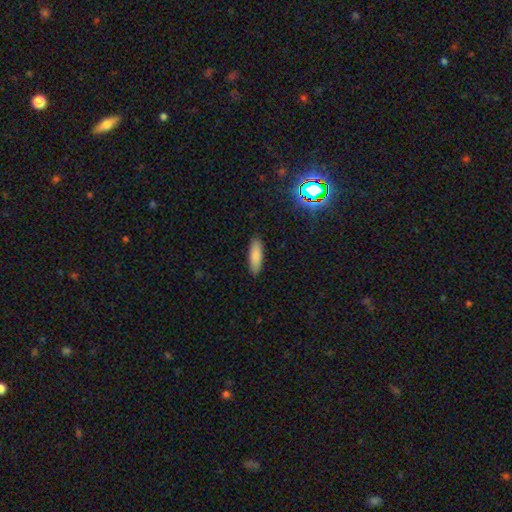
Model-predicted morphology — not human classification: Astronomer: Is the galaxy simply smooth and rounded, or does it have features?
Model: smooth — 85%.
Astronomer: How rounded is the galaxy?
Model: in between — 51% (runner-up: cigar-shaped, 47%).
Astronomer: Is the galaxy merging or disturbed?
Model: none — 89%.